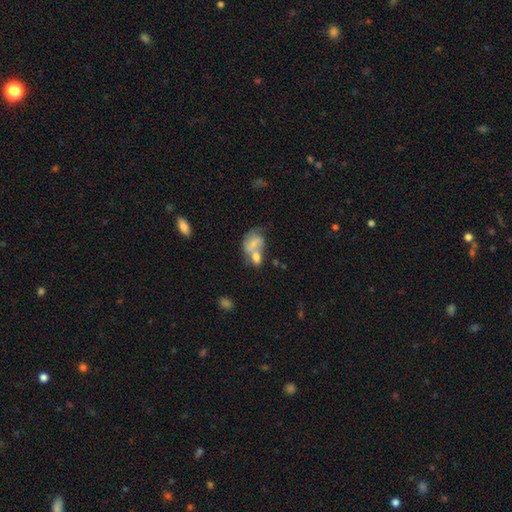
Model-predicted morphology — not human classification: smooth 60%, featured or disk 29%, star or artifact 11%. Down the decision tree: how rounded — in between (74%); merging — merger (58%).